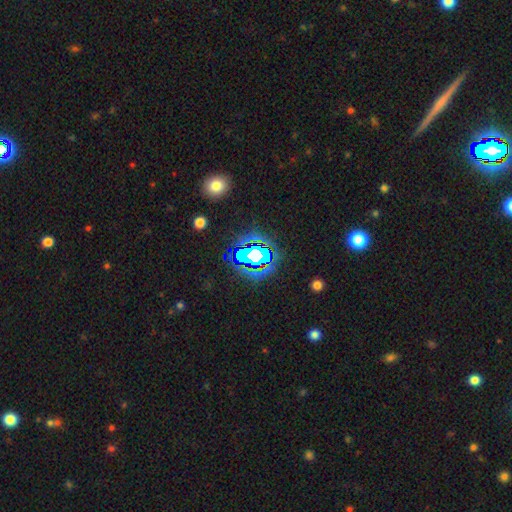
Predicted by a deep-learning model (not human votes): A star or artifact, not a galaxy (56%).

Vote fractions:
- Smooth or featured? star or artifact: 56% / smooth: 23% / featured or disk: 21%